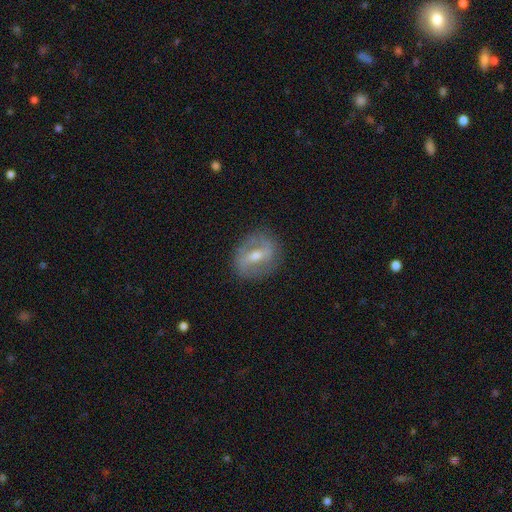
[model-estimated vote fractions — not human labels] This appears to be a featured or disk galaxy (74%) with a strong bar (51%), spiral arms (70%) and a moderate central bulge (57%). Merging: none (83%).